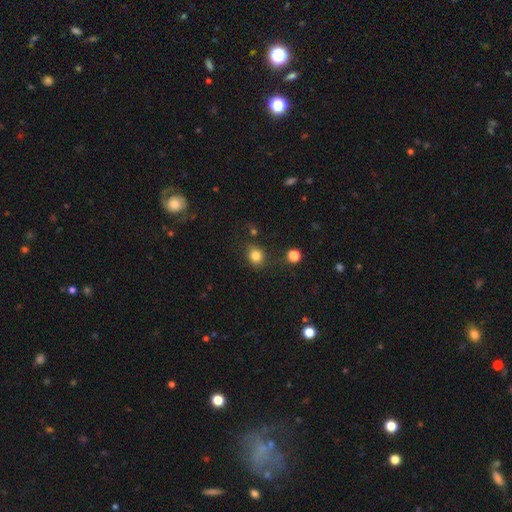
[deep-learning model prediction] Smooth or featured: smooth — 82% (star or artifact — 12%)
How rounded: round — 71% (in between — 28%)
Merging: none — 76% (minor disturbance — 15%)